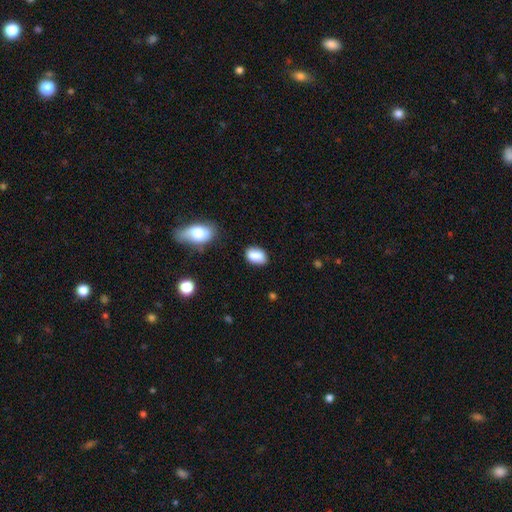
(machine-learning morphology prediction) Q: Smooth or featured?
A: smooth (85%); runner-up: star or artifact (8%)
Q: How rounded?
A: in between (88%); runner-up: round (11%)
Q: Merging?
A: none (78%); runner-up: minor disturbance (15%)